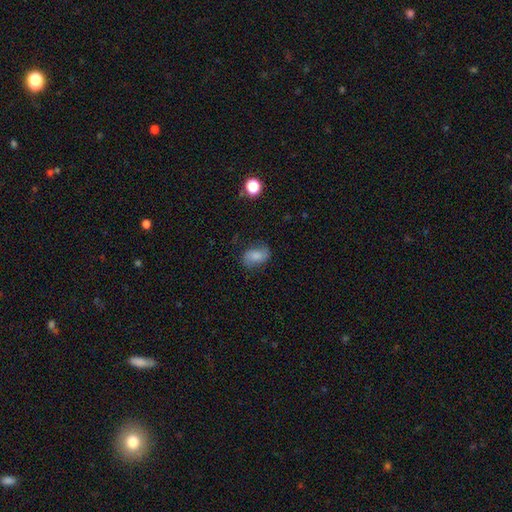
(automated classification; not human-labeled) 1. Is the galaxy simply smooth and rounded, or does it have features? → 60% smooth, 30% featured or disk, 10% star or artifact.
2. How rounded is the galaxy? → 81% in between, 17% round, 2% cigar-shaped.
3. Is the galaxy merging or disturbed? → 71% none, 21% minor disturbance, 7% major disturbance, 1% merger.